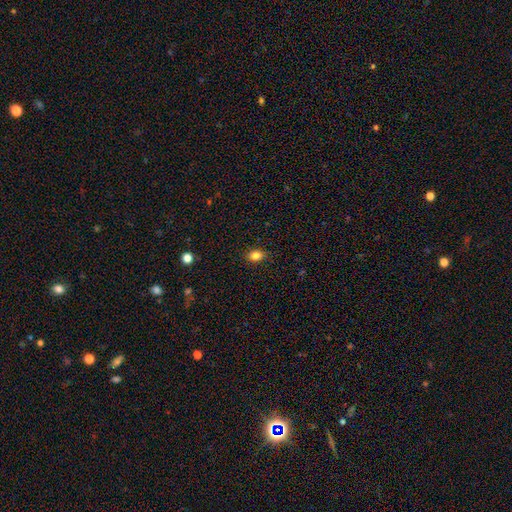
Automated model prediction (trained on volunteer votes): smooth-or-featured: smooth: 83% | star or artifact: 11% | featured or disk: 6%
  how-rounded: in between: 70% | round: 29% | cigar-shaped: 1%
  merging: none: 88% | minor disturbance: 9% | major disturbance: 2% | merger: 1%